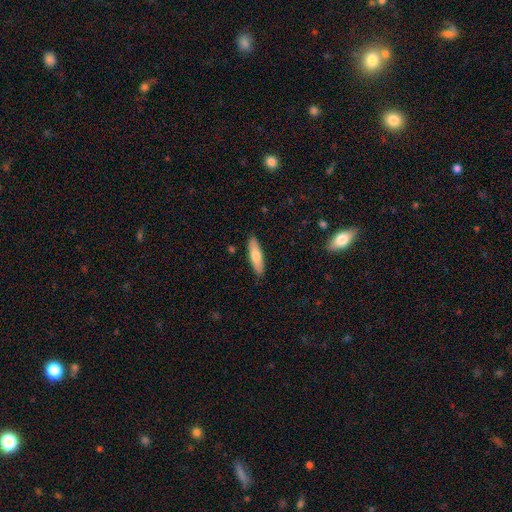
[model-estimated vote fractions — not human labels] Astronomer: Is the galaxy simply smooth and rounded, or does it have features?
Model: smooth — 71%.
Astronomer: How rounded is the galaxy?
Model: cigar-shaped — 62%.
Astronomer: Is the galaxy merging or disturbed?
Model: none — 89%.